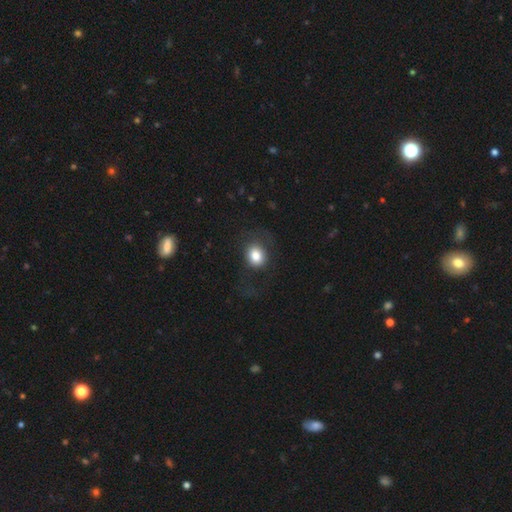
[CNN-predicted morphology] This appears to be a smooth galaxy with no disk features (80%) that is round (56%). Merging: none (69%).